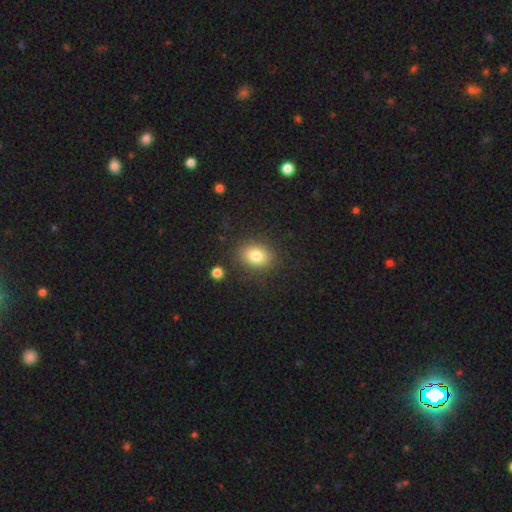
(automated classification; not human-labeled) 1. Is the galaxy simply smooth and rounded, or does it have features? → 80% smooth, 11% star or artifact, 9% featured or disk.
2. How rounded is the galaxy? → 59% in between, 40% round, 1% cigar-shaped.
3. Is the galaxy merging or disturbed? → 85% none, 10% minor disturbance, 3% major disturbance, 2% merger.